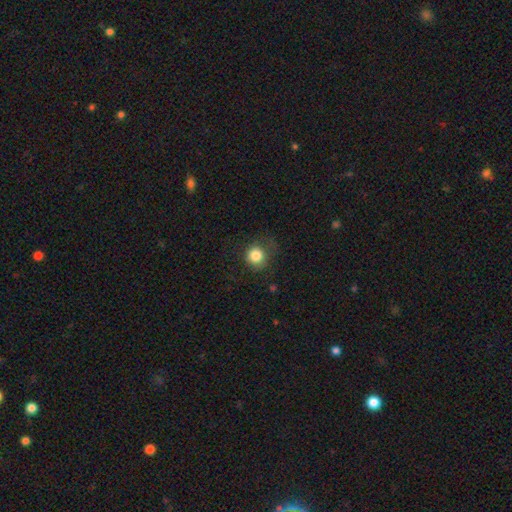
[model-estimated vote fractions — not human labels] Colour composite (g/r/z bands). It shows a smooth galaxy with no disk features (83%) that is round (90%). Merging: none (72%).